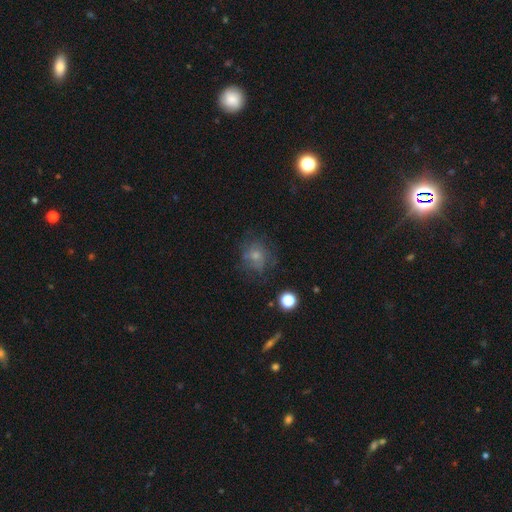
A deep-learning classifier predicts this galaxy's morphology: A smooth galaxy with no disk features (54%) that is round (71%).

Vote fractions:
- Smooth or featured? smooth: 54% / featured or disk: 30% / star or artifact: 16%
- How rounded? round: 71% / in between: 28% / cigar-shaped: 1%
- Merging? none: 58% / minor disturbance: 22% / major disturbance: 18% / merger: 2%